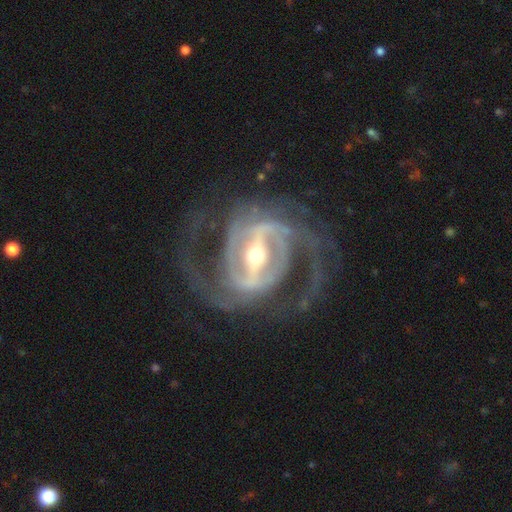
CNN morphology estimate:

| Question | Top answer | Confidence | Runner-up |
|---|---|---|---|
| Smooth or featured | featured or disk | 93% | star or artifact (4%) |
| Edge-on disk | no | 97% | yes (3%) |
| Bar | strong | 75% | weak (20%) |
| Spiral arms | yes | 98% | no (2%) |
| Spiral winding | medium | 52% | tight (35%) |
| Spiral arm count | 2 | 66% | 3 (16%) |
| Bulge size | moderate | 54% | small (39%) |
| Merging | none | 72% | major disturbance (14%) |